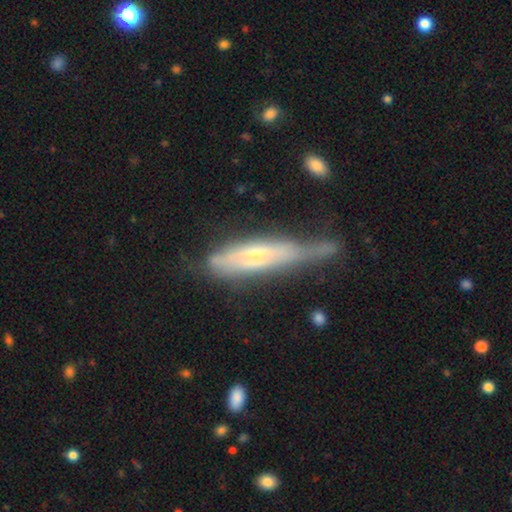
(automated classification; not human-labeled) A featured or disk galaxy (59%) viewed edge-on (61%). Merging: none (39%).